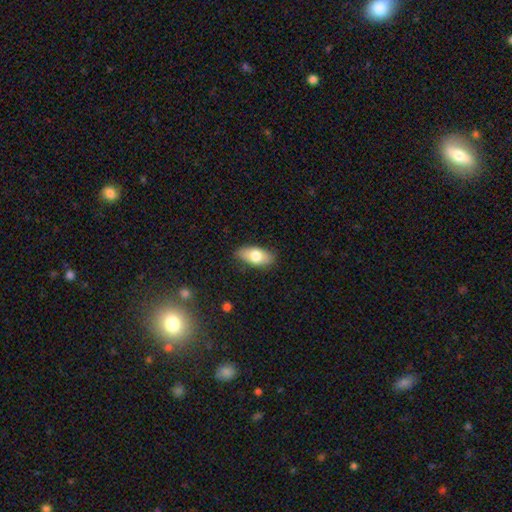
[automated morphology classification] The model was most divided on "smooth or featured": smooth: 75%, featured or disk: 19%, star or artifact: 6%. More confident: how rounded — in between (90%); merging — none (84%).